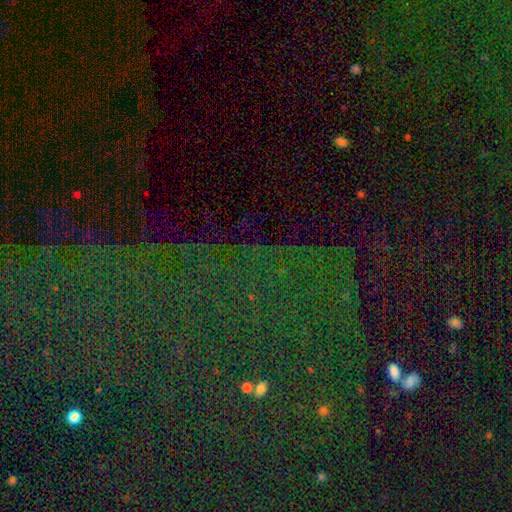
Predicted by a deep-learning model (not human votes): This is likely a star or artifact rather than a galaxy (79%).